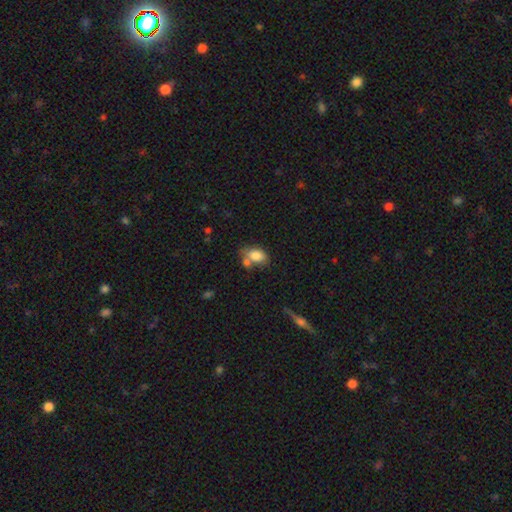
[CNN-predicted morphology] type=smooth (80%); roundness=in between (83%); merging=none (43%).